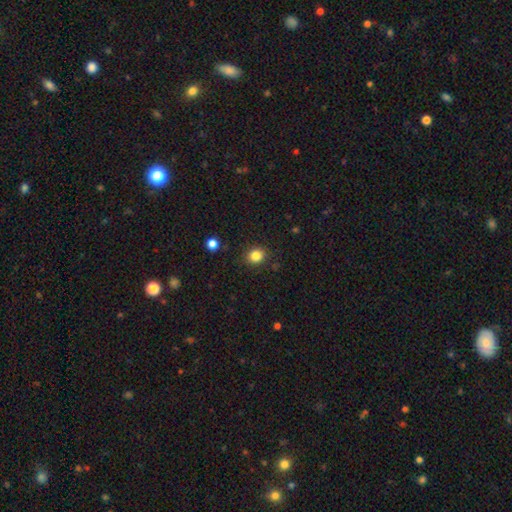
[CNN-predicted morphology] smooth-or-featured: smooth: 84% | star or artifact: 11% | featured or disk: 5%
  how-rounded: round: 73% | in between: 26% | cigar-shaped: 1%
  merging: none: 88% | minor disturbance: 8% | major disturbance: 2% | merger: 1%